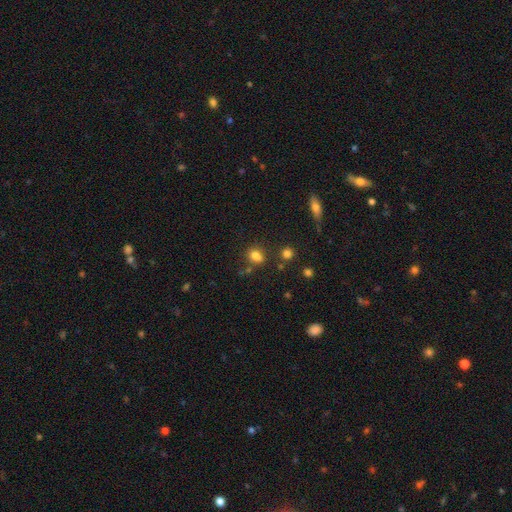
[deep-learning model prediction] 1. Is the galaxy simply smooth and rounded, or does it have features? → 79% smooth, 14% star or artifact, 7% featured or disk.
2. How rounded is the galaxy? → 58% in between, 41% round, 2% cigar-shaped.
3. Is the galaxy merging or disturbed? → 66% none, 16% minor disturbance, 13% merger, 5% major disturbance.